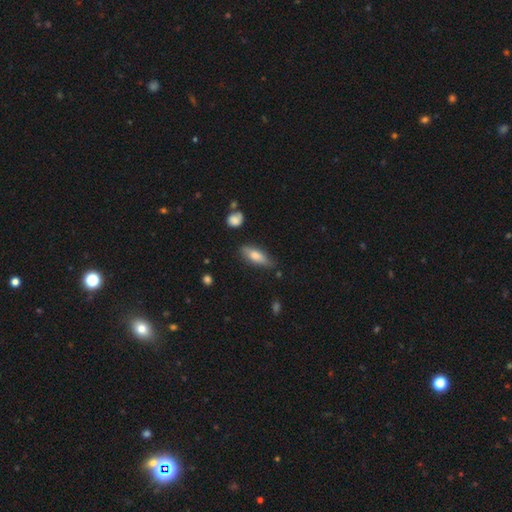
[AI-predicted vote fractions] The model was most divided on "how rounded": in between: 57%, cigar-shaped: 40%, round: 2%. More confident: merging — none (73%); smooth or featured — smooth (71%).